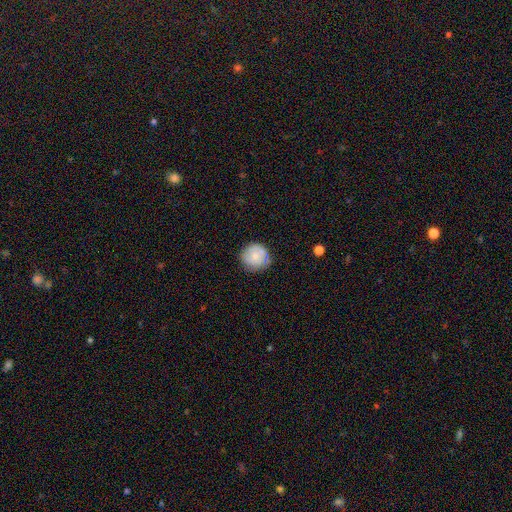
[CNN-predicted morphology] Smooth or featured? Predicted: smooth (p=0.67). How rounded? Predicted: round (p=0.91). Merging? Predicted: none (p=0.72).